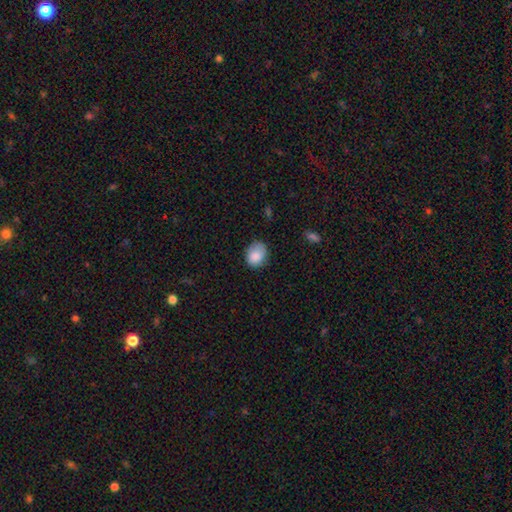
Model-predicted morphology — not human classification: A smooth galaxy with no disk features (86%) that is round (54%).

Vote fractions:
- Smooth or featured? smooth: 86% / star or artifact: 8% / featured or disk: 7%
- How rounded? round: 54% / in between: 45% / cigar-shaped: 1%
- Merging? none: 70% / minor disturbance: 24% / major disturbance: 5% / merger: 1%